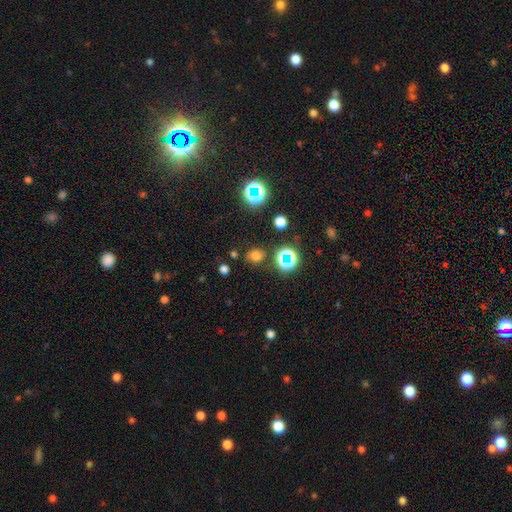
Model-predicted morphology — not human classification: A smooth galaxy with no disk features (65%) that is round (70%).

Vote fractions:
- Smooth or featured? smooth: 65% / star or artifact: 28% / featured or disk: 7%
- How rounded? round: 70% / in between: 29% / cigar-shaped: 1%
- Merging? none: 80% / minor disturbance: 12% / major disturbance: 4% / merger: 4%